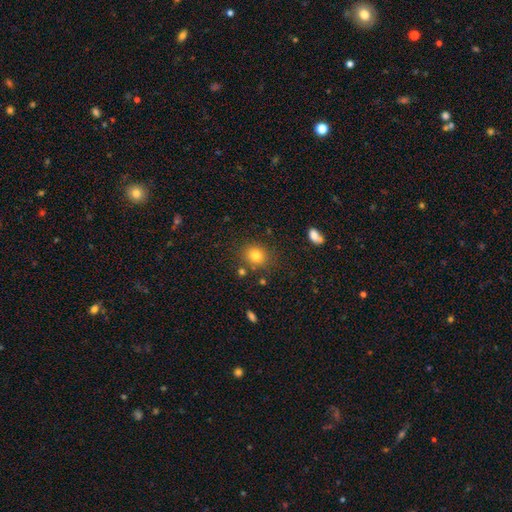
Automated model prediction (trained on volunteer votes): Smooth or featured: smooth — 81% (star or artifact — 12%)
How rounded: round — 74% (in between — 25%)
Merging: none — 80% (minor disturbance — 11%)